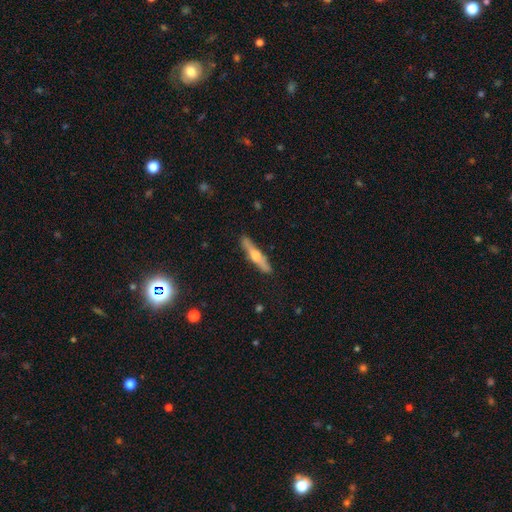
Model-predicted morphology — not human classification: smooth_or_featured: featured or disk (p=0.56) [alt: smooth p=0.38]
disk_edge_on: yes (p=0.95) [alt: no p=0.05]
edge_on_bulge: rounded (p=0.89) [alt: boxy p=0.06]
merging: none (p=0.88) [alt: minor disturbance p=0.09]